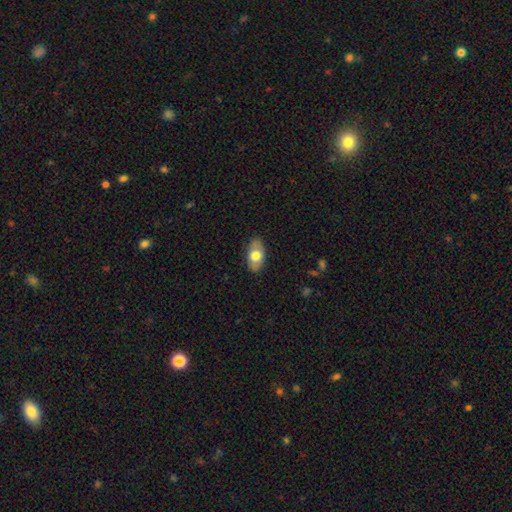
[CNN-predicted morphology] type=smooth (69%); roundness=in between (93%); merging=none (85%).